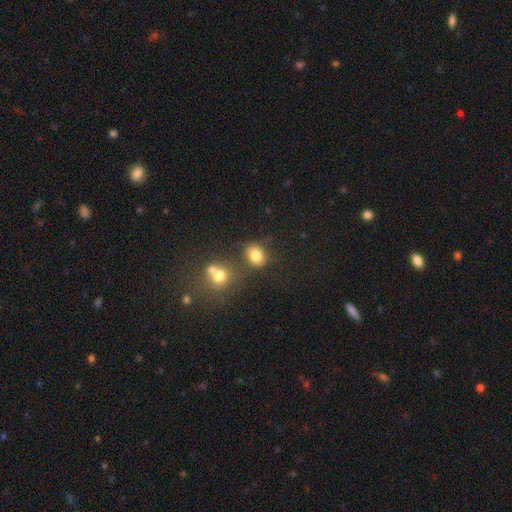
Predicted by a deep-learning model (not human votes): smooth-or-featured: smooth: 80% | star or artifact: 12% | featured or disk: 8%
  how-rounded: in between: 56% | round: 43% | cigar-shaped: 1%
  merging: none: 66% | minor disturbance: 15% | merger: 14% | major disturbance: 5%